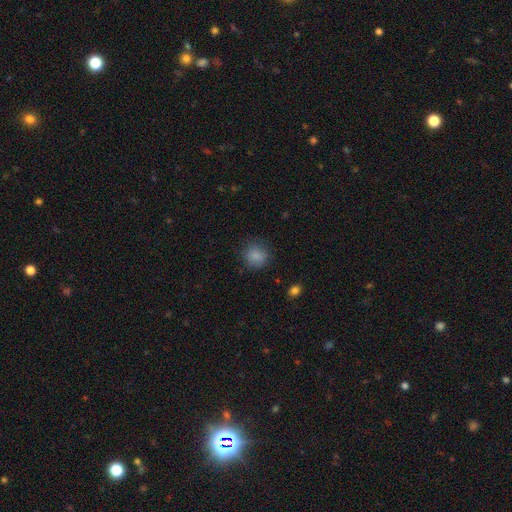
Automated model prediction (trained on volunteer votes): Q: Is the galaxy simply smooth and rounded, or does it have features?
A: smooth — 85%.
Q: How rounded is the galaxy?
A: round — 81%.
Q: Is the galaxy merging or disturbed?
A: none — 81%.